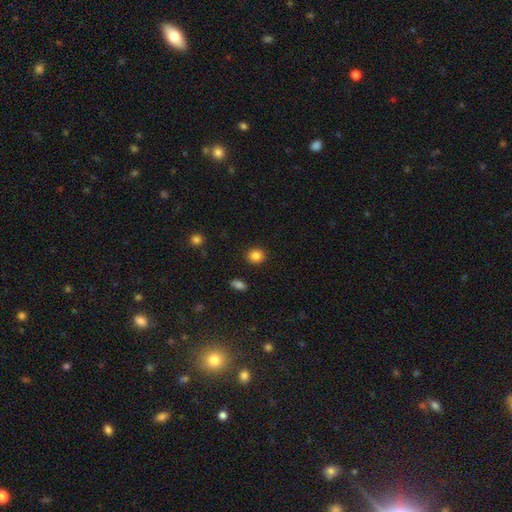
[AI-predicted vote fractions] Smooth or featured? Predicted: smooth (p=0.86). How rounded? Predicted: round (p=0.77). Merging? Predicted: none (p=0.90).